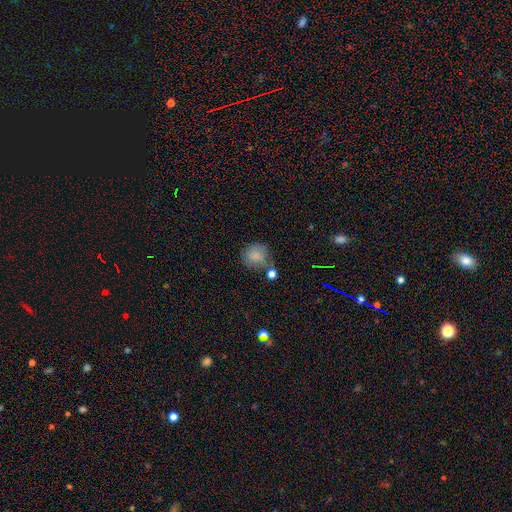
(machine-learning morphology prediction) This appears to be a smooth galaxy with no disk features (81%) that is round (81%). Merging: none (55%).